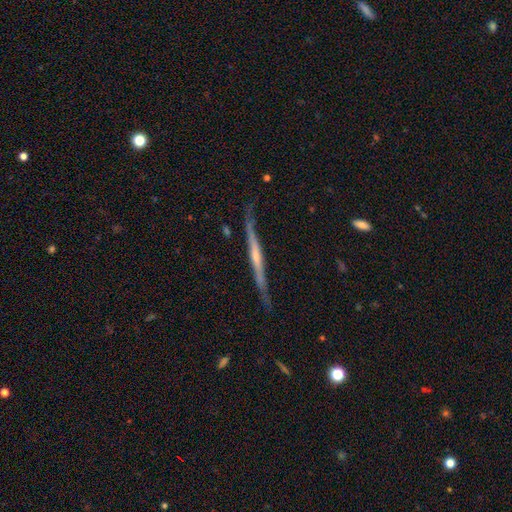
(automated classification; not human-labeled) Smooth or featured? featured or disk (81%)
Edge-on disk? yes (98%)
Edge-on bulge? rounded (68%)
Merging? none (87%)